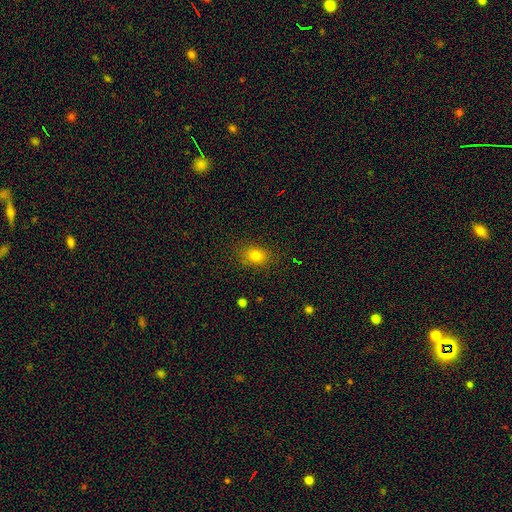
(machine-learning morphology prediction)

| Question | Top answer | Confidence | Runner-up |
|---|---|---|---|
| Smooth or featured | smooth | 79% | star or artifact (13%) |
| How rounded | in between | 65% | round (34%) |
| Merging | none | 83% | minor disturbance (12%) |